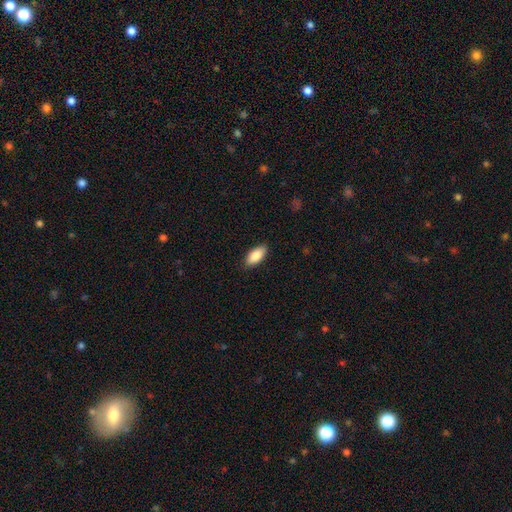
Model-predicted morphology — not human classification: type=smooth (88%); roundness=in between (89%); merging=none (87%).